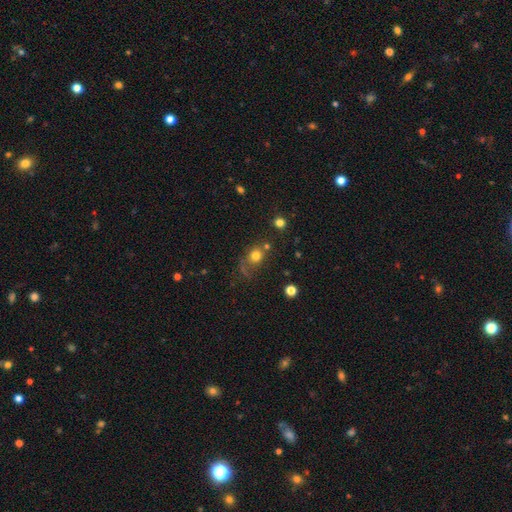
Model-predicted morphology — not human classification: Smooth or featured? smooth (74%)
How rounded? round (76%)
Merging? none (52%)